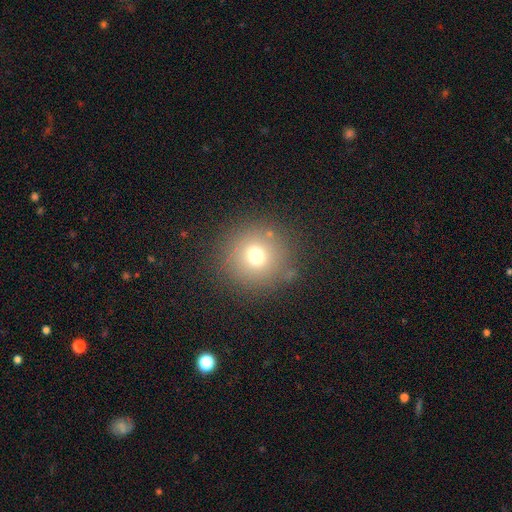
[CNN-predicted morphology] Smooth or featured? Predicted: smooth (p=0.69). How rounded? Predicted: round (p=0.95). Merging? Predicted: none (p=0.85).